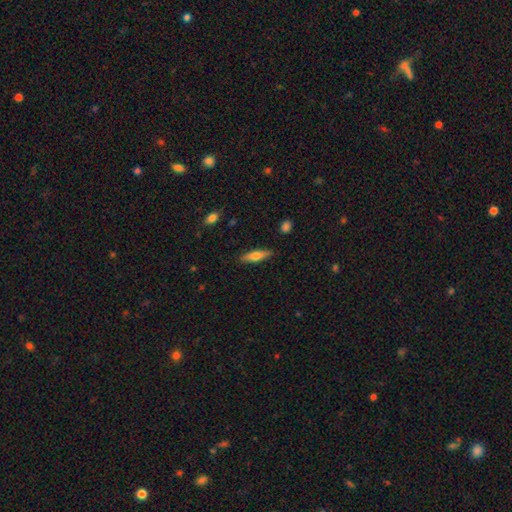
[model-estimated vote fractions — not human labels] smooth-or-featured: smooth: 63% | featured or disk: 31% | star or artifact: 7%
  how-rounded: cigar-shaped: 66% | in between: 32% | round: 2%
  merging: none: 86% | minor disturbance: 10% | major disturbance: 2% | merger: 1%